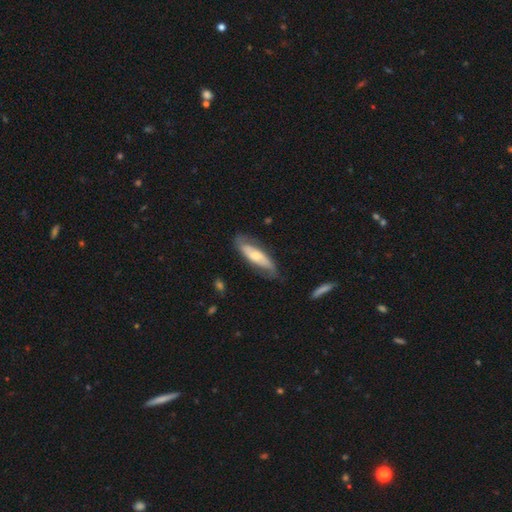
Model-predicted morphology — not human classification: Overall: featured or disk (53%; smooth 42%). Edge-on disk: no (71%). Merging: none (69%).